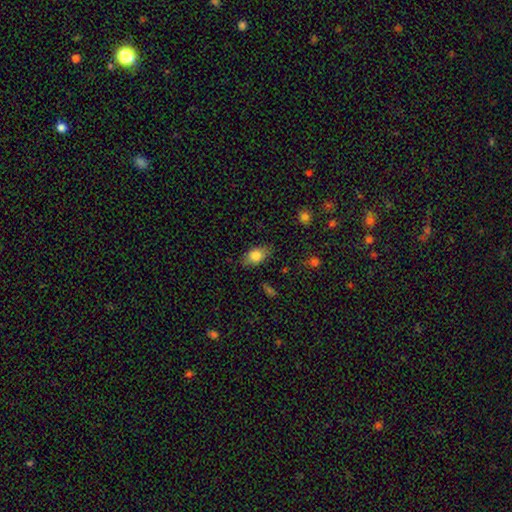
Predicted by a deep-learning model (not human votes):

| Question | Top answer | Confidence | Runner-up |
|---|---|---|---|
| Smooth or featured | smooth | 80% | featured or disk (12%) |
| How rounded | in between | 85% | round (12%) |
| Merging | none | 80% | minor disturbance (16%) |